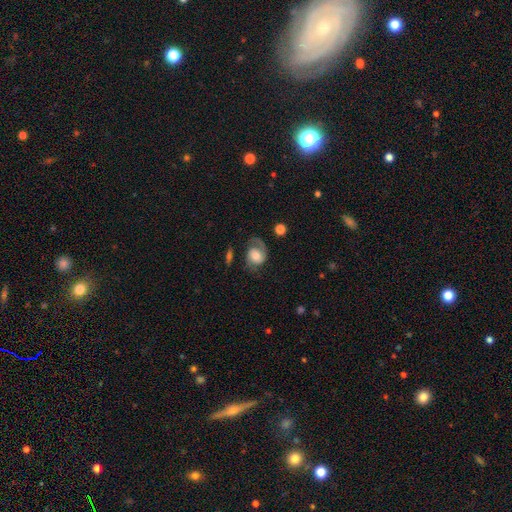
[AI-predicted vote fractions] smooth_or_featured: featured or disk (p=0.71) [alt: smooth p=0.22]
disk_edge_on: no (p=0.97) [alt: yes p=0.03]
bar: no (p=0.66) [alt: weak p=0.28]
has_spiral_arms: yes (p=0.93) [alt: no p=0.07]
spiral_winding: medium (p=0.45) [alt: tight p=0.29]
spiral_arm_count: 2 (p=0.61) [alt: 1 p=0.32]
bulge_size: moderate (p=0.50) [alt: large p=0.22]
merging: none (p=0.59) [alt: minor disturbance p=0.21]